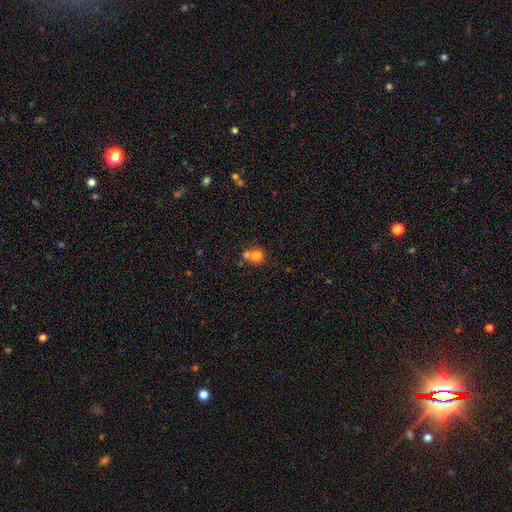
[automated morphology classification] The model was most divided on "merging": merger: 48%, none: 39%, minor disturbance: 9%, major disturbance: 4%. More confident: smooth or featured — smooth (75%); how rounded — round (66%).